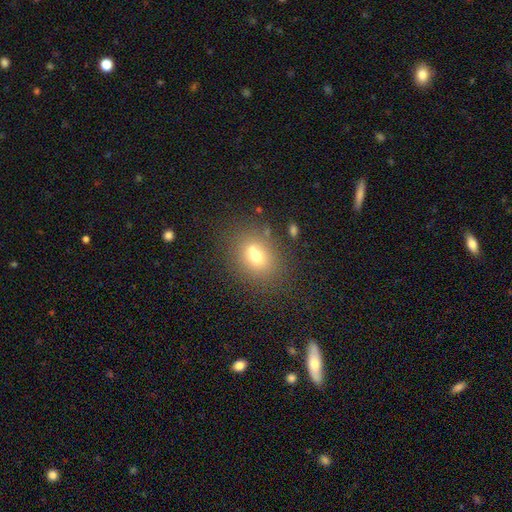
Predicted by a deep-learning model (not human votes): Smooth or featured? Predicted: smooth (p=0.65). How rounded? Predicted: round (p=0.51). Merging? Predicted: none (p=0.60).